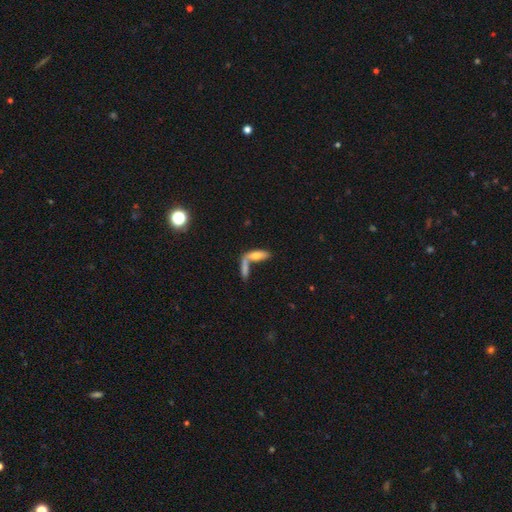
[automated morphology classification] Overall: smooth (63%; featured or disk 28%). How rounded: cigar-shaped (49%; in between 48%). Merging: merger (53%; none 31%).